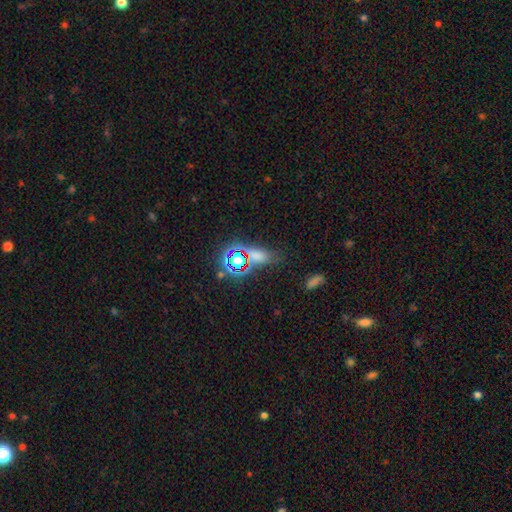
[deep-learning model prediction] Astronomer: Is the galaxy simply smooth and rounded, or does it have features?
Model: smooth — 50% (runner-up: star or artifact, 39%).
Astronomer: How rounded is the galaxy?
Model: in between — 67%.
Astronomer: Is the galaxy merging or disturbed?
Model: none — 66%.